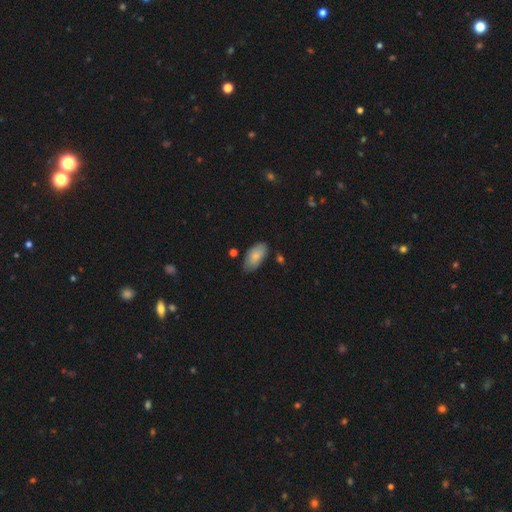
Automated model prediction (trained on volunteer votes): Morphology: type=smooth (80%); roundness=in between (94%); merging=none (72%).